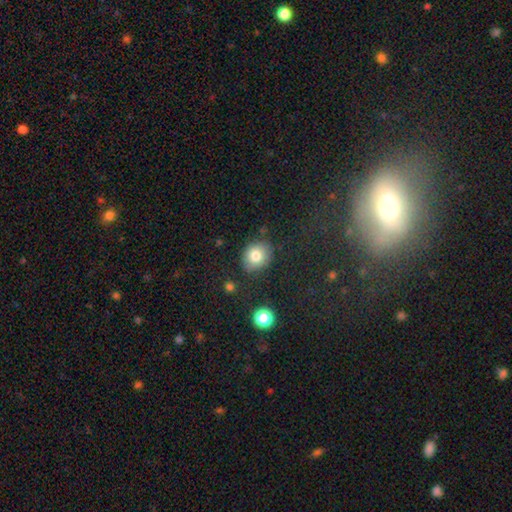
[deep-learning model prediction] smooth-or-featured: smooth: 79% | star or artifact: 10% | featured or disk: 10%
  how-rounded: round: 66% | in between: 33% | cigar-shaped: 1%
  merging: none: 82% | minor disturbance: 12% | major disturbance: 3% | merger: 3%